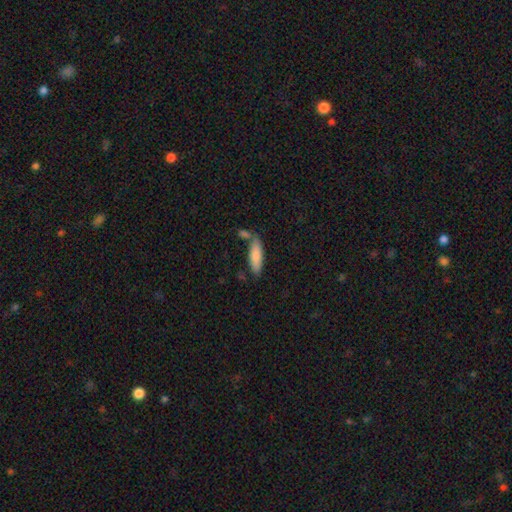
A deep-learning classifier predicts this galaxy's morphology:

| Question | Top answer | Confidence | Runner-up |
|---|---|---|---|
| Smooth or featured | smooth | 82% | featured or disk (12%) |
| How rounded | in between | 53% | cigar-shaped (46%) |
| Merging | none | 65% | merger (16%) |